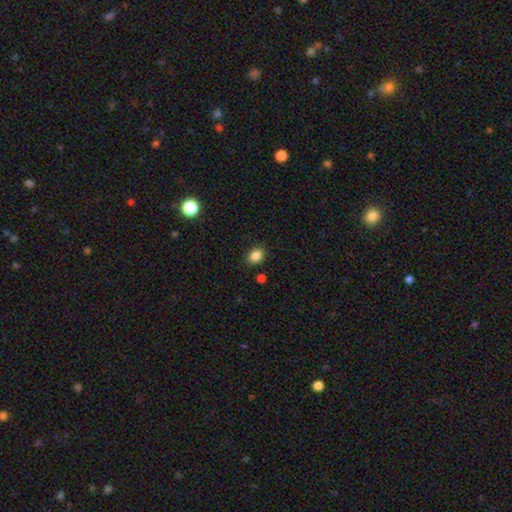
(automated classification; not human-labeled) Smooth or featured? smooth (85%)
How rounded? in between (50%)
Merging? none (87%)